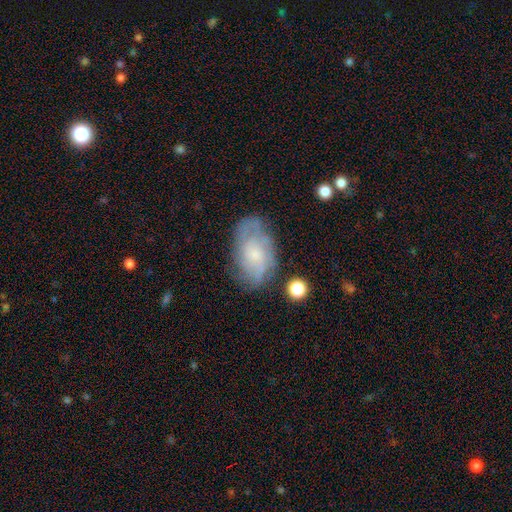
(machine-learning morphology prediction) featured or disk 62%, smooth 29%, star or artifact 9%. Down the decision tree: edge-on disk — no (95%); bar — no (70%); spiral arms — yes (85%); bulge size — small (54%); merging — none (73%).